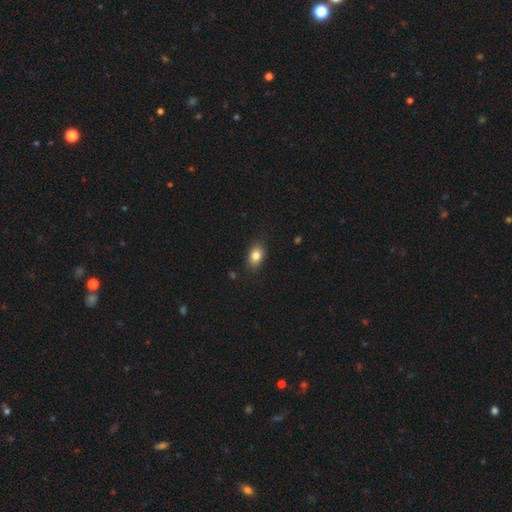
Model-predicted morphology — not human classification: smooth-or-featured: smooth: 82% | star or artifact: 9% | featured or disk: 9%
  how-rounded: in between: 80% | round: 18% | cigar-shaped: 2%
  merging: none: 84% | minor disturbance: 12% | major disturbance: 3% | merger: 1%